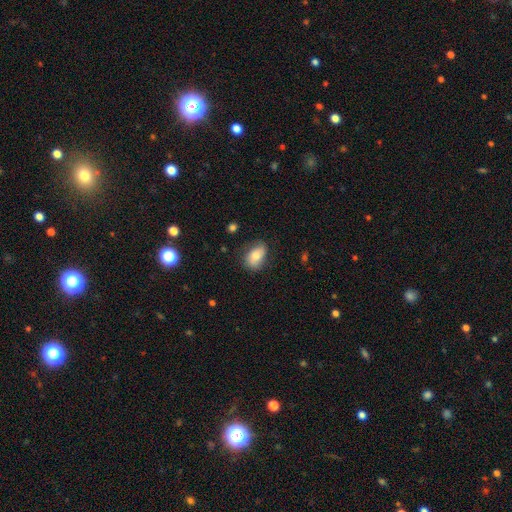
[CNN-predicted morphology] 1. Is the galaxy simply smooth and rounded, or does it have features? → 76% smooth, 17% featured or disk, 8% star or artifact.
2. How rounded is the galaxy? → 87% in between, 12% round, 2% cigar-shaped.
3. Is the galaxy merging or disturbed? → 74% none, 20% minor disturbance, 5% major disturbance, 1% merger.